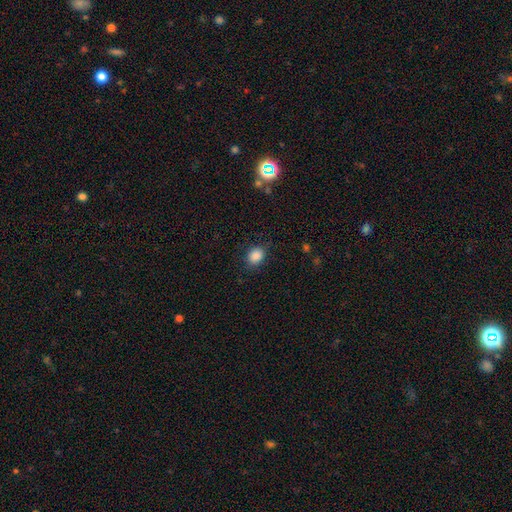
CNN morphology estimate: This is clearly a smooth galaxy (87%). How rounded: possibly round (53%). Merging: clearly none (83%).